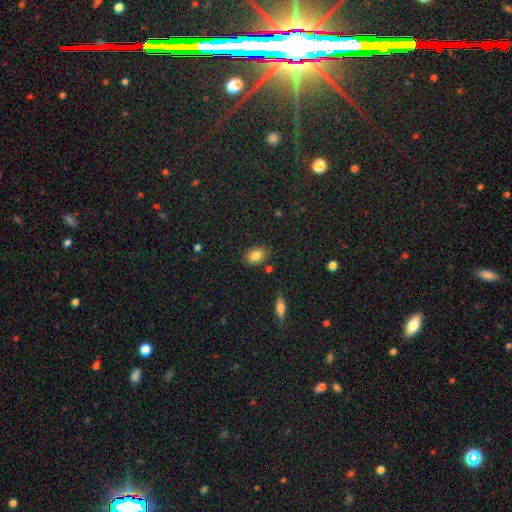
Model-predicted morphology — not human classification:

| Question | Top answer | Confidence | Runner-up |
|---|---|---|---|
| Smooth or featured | smooth | 82% | featured or disk (9%) |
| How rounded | in between | 75% | round (24%) |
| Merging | none | 84% | minor disturbance (10%) |